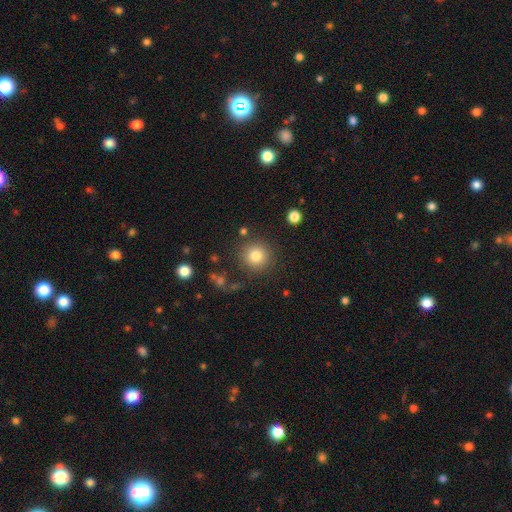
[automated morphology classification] type=smooth (80%); roundness=round (94%); merging=none (85%).